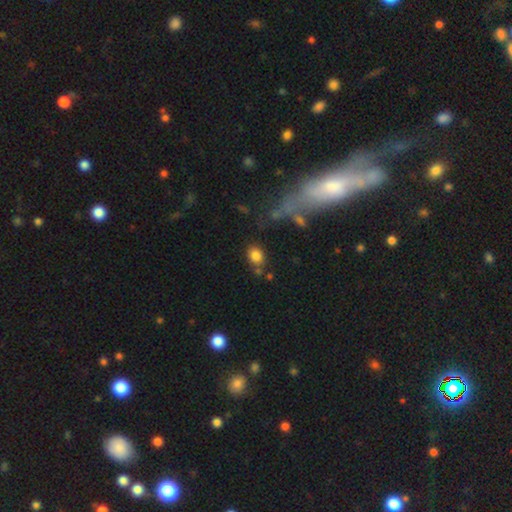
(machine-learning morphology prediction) This appears to be a smooth galaxy with no disk features (84%) that is in between round and cigar-shaped (61%). Merging: none (73%).